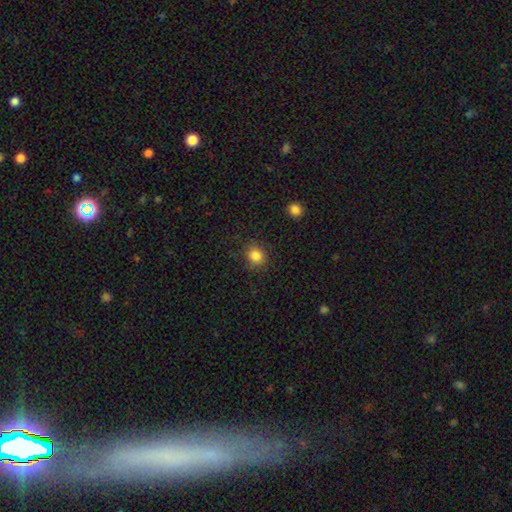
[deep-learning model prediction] A smooth galaxy with no disk features (84%) that is round (81%).

Vote fractions:
- Smooth or featured? smooth: 84% / star or artifact: 11% / featured or disk: 5%
- How rounded? round: 81% / in between: 18% / cigar-shaped: 1%
- Merging? none: 85% / minor disturbance: 10% / major disturbance: 4% / merger: 1%